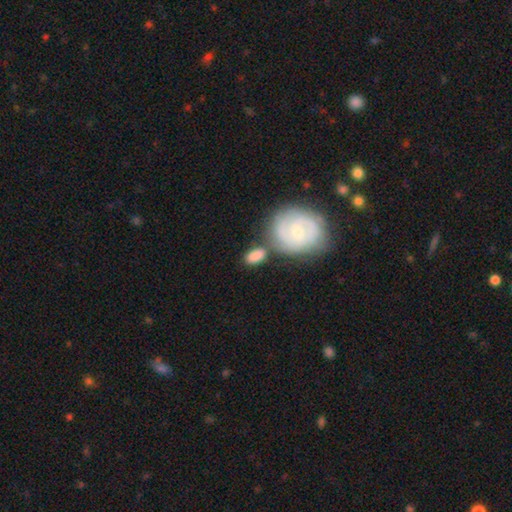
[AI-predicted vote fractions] A smooth galaxy with no disk features (73%) that is in between round and cigar-shaped (86%).

Vote fractions:
- Smooth or featured? smooth: 73% / featured or disk: 21% / star or artifact: 6%
- How rounded? in between: 86% / round: 10% / cigar-shaped: 4%
- Merging? none: 54% / merger: 22% / minor disturbance: 17% / major disturbance: 7%